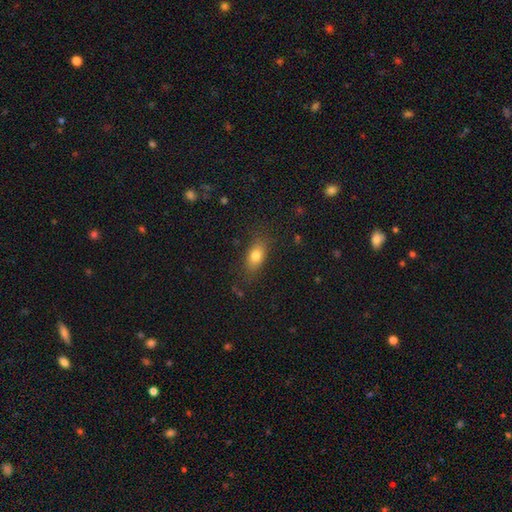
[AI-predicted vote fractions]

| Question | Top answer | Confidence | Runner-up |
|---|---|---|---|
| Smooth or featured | smooth | 79% | featured or disk (12%) |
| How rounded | in between | 82% | round (10%) |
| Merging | none | 79% | minor disturbance (14%) |